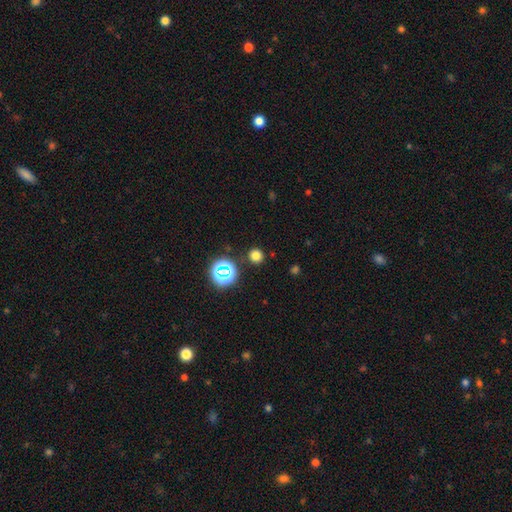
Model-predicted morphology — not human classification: type=smooth (73%); roundness=round (92%); merging=none (89%).